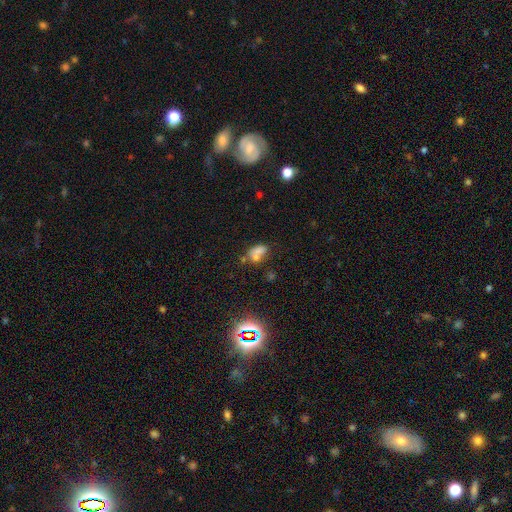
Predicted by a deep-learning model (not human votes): A smooth galaxy with no disk features (60%) that is in between round and cigar-shaped (74%). Merging: merger (46%).